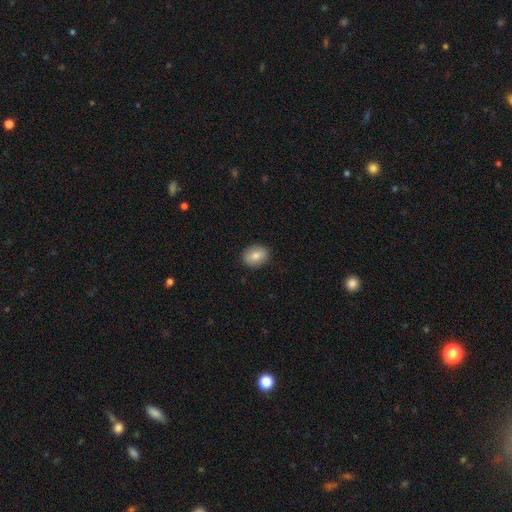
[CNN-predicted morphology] This appears to be a smooth galaxy with no disk features (78%) that is in between round and cigar-shaped (58%). Merging: none (89%).